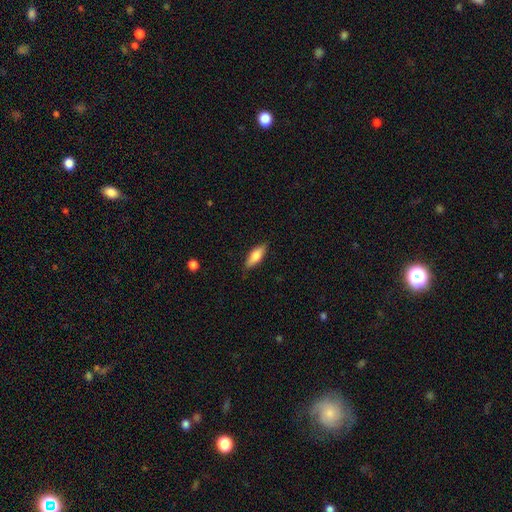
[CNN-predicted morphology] Smooth or featured?
  - smooth: 69% *
  - featured or disk: 25%
  - star or artifact: 6%
How rounded?
  - in between: 57% *
  - cigar-shaped: 41%
  - round: 2%
Merging?
  - none: 85% *
  - minor disturbance: 12%
  - major disturbance: 2%
  - merger: 1%